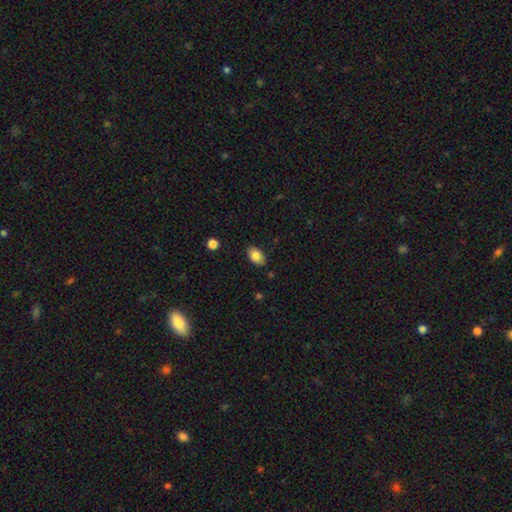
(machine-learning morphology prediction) Overall: smooth (83%). How rounded: in between (89%). Merging: none (85%).